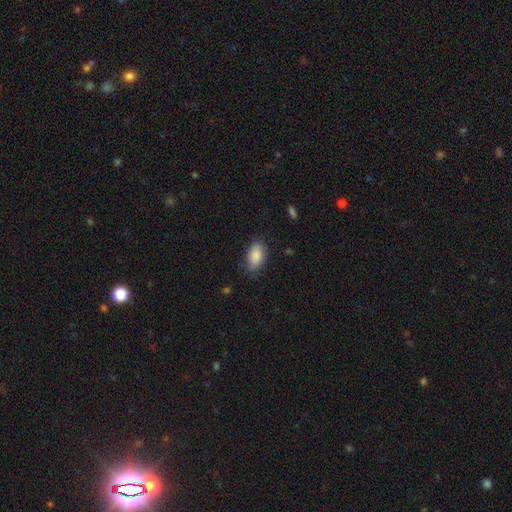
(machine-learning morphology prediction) Smooth or featured?
  - smooth: 88% *
  - star or artifact: 7%
  - featured or disk: 6%
How rounded?
  - in between: 92% *
  - round: 6%
  - cigar-shaped: 2%
Merging?
  - none: 75% *
  - minor disturbance: 19%
  - major disturbance: 5%
  - merger: 1%